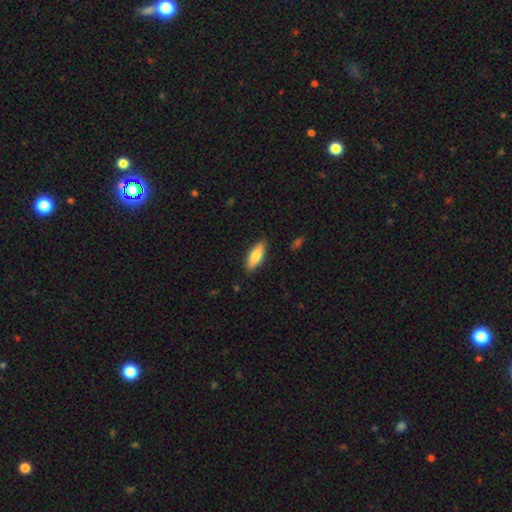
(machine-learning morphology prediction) A smooth galaxy with no disk features (77%) that is in between round and cigar-shaped (65%). Merging: none (88%).